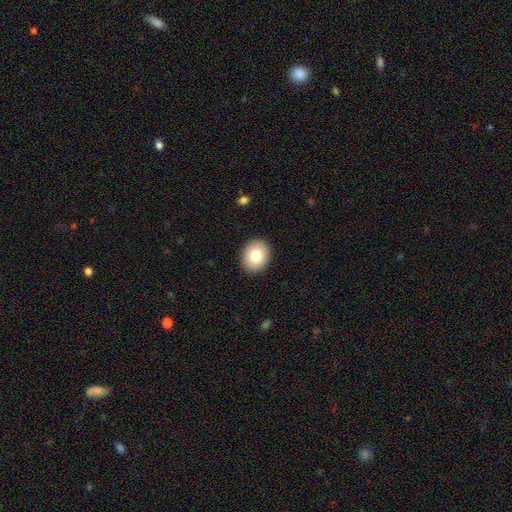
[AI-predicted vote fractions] smooth_or_featured: smooth (p=0.80) [alt: featured or disk p=0.12]
how_rounded: round (p=0.57) [alt: in between p=0.42]
merging: none (p=0.91) [alt: minor disturbance p=0.06]